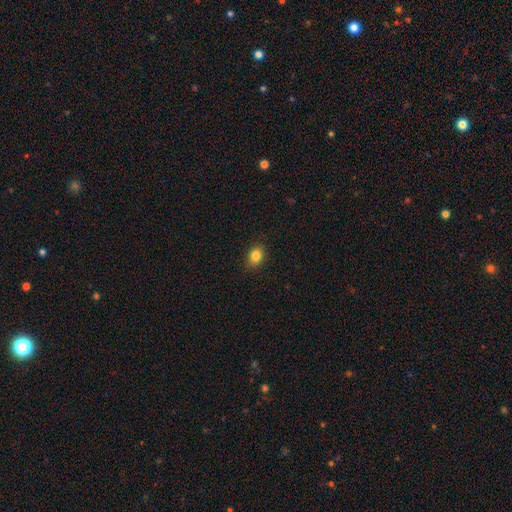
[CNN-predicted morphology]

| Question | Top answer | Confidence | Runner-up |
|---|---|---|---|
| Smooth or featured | smooth | 84% | star or artifact (11%) |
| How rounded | in between | 53% | round (46%) |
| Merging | none | 88% | minor disturbance (9%) |